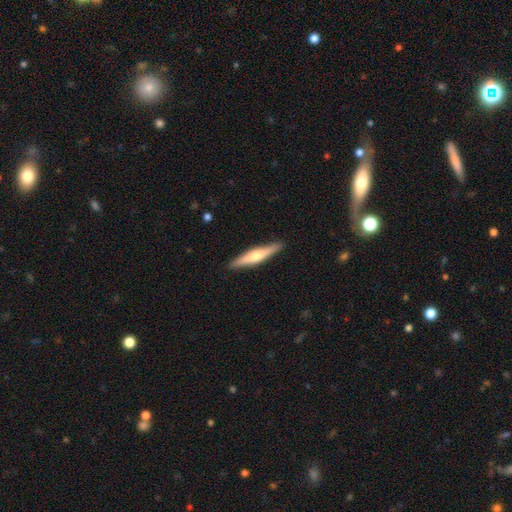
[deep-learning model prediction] Morphology: type=featured or disk (51%); edge-on=yes (95%); merging=none (91%).